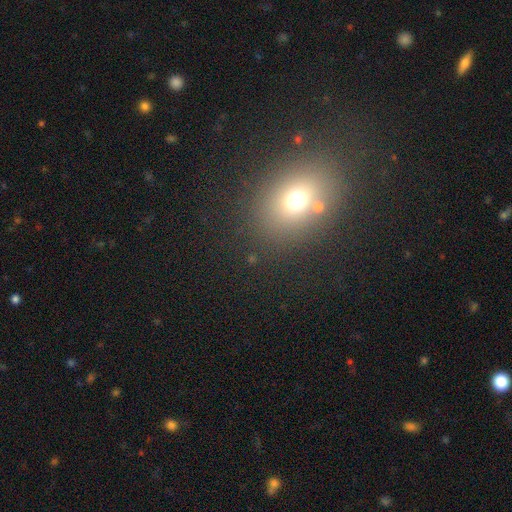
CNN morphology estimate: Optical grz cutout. It shows a smooth galaxy with no disk features (63%) that is in between round and cigar-shaped (54%). Merging: none (79%).